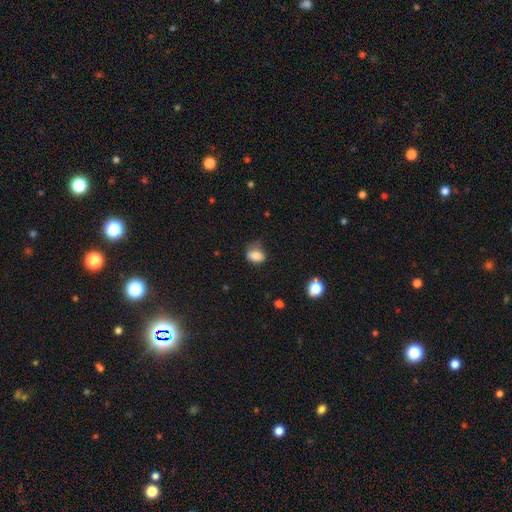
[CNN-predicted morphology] Smooth or featured? smooth (80%)
How rounded? in between (65%)
Merging? none (49%)